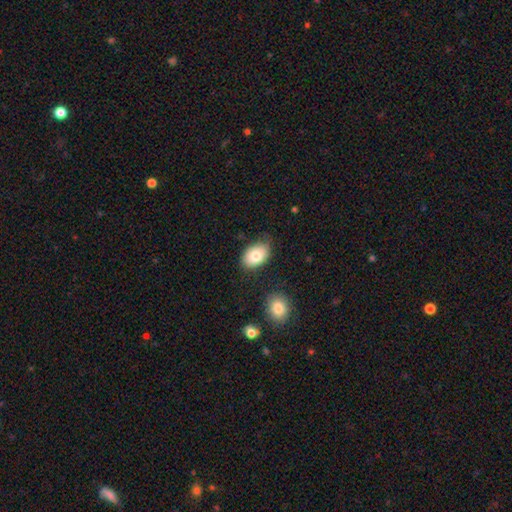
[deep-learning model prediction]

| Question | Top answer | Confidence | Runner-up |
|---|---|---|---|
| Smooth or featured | smooth | 81% | featured or disk (11%) |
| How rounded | in between | 87% | round (12%) |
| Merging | none | 73% | minor disturbance (20%) |